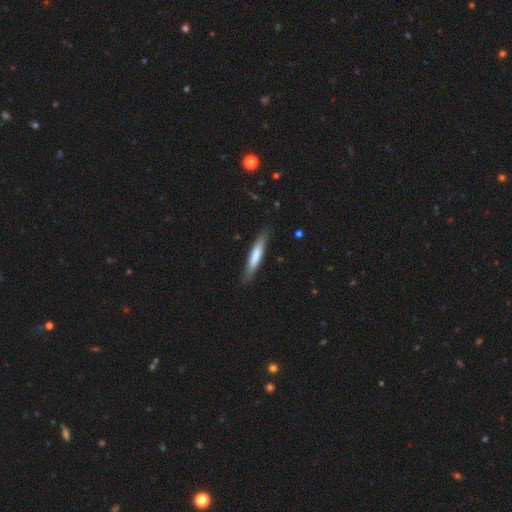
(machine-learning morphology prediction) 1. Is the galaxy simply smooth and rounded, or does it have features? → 71% smooth, 23% featured or disk, 5% star or artifact.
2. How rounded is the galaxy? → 89% cigar-shaped, 10% in between, 1% round.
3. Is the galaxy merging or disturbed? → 84% none, 13% minor disturbance, 2% major disturbance, 1% merger.